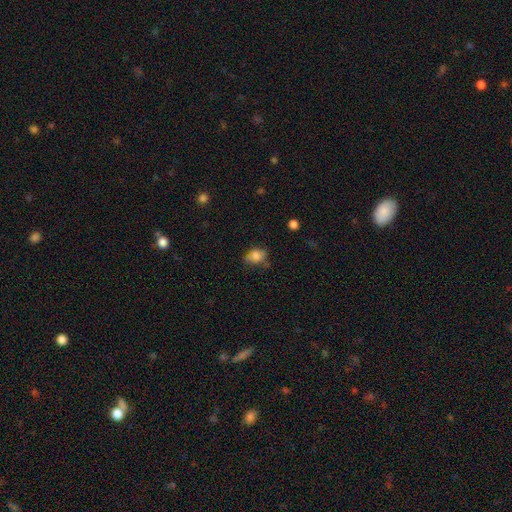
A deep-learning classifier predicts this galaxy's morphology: This appears to be a smooth galaxy with no disk features (80%) that is in between round and cigar-shaped (59%). Merging: none (52%).